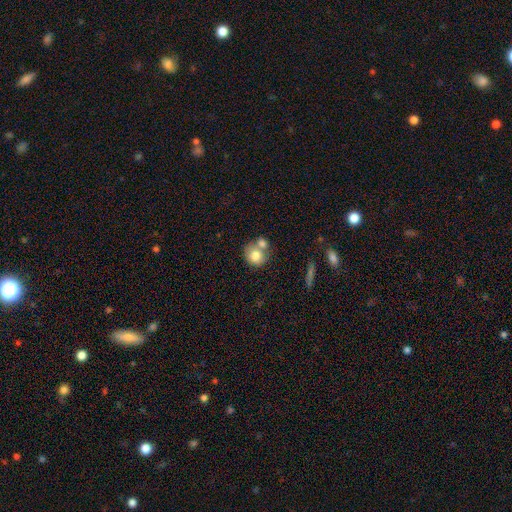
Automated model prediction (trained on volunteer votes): The model was most divided on "merging": merger: 48%, none: 37%, minor disturbance: 10%, major disturbance: 4%. More confident: how rounded — round (79%); smooth or featured — smooth (76%).